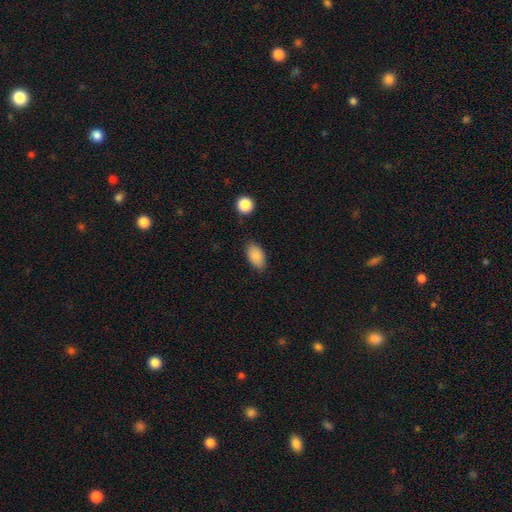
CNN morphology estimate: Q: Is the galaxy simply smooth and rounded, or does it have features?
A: smooth — 87%.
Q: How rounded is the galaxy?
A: in between — 93%.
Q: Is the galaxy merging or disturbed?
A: none — 81%.